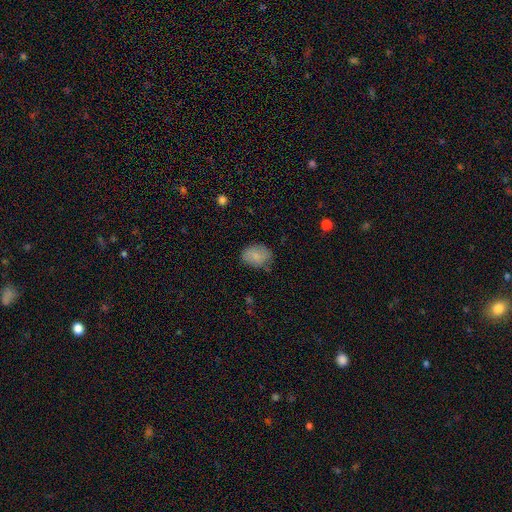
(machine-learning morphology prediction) Smooth or featured? smooth (82%)
How rounded? in between (72%)
Merging? none (72%)